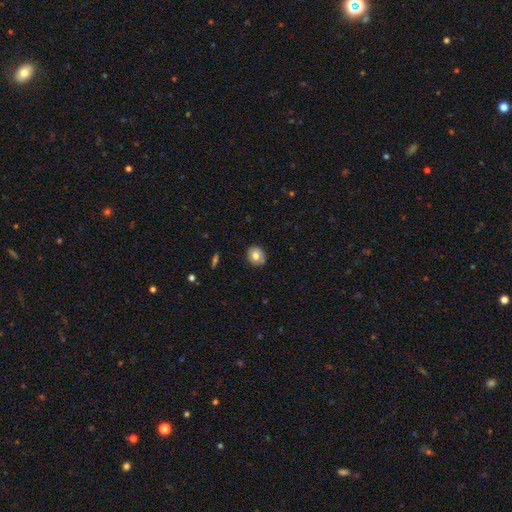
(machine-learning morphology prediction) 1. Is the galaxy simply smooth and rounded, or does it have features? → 75% smooth, 17% featured or disk, 8% star or artifact.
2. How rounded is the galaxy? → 69% round, 30% in between, 1% cigar-shaped.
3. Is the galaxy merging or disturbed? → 86% none, 11% minor disturbance, 2% major disturbance, 1% merger.